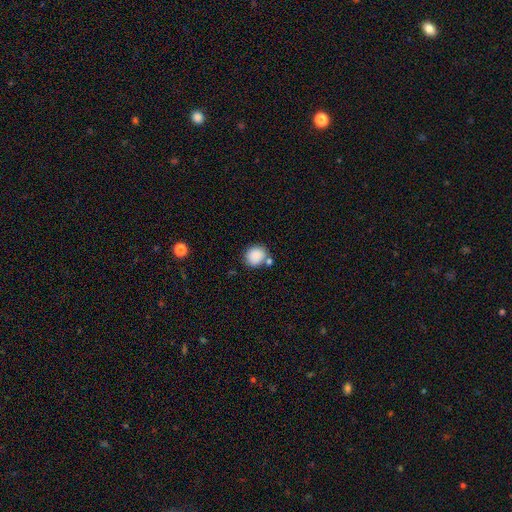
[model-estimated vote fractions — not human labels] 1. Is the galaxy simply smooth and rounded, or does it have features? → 87% smooth, 8% star or artifact, 5% featured or disk.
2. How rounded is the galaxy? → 77% round, 22% in between, 1% cigar-shaped.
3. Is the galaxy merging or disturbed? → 63% none, 17% merger, 15% minor disturbance, 5% major disturbance.